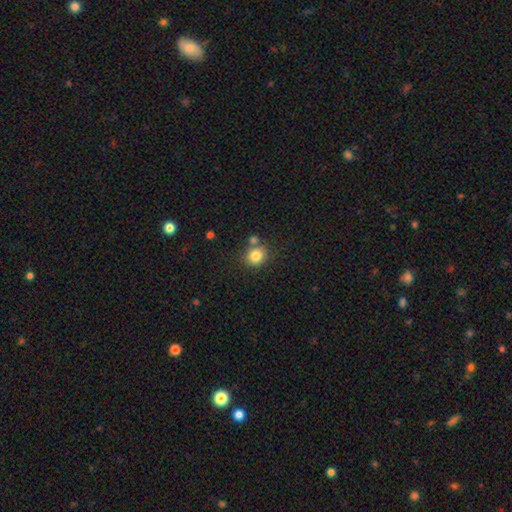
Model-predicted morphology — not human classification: Smooth or featured? smooth (82%)
How rounded? round (79%)
Merging? none (68%)